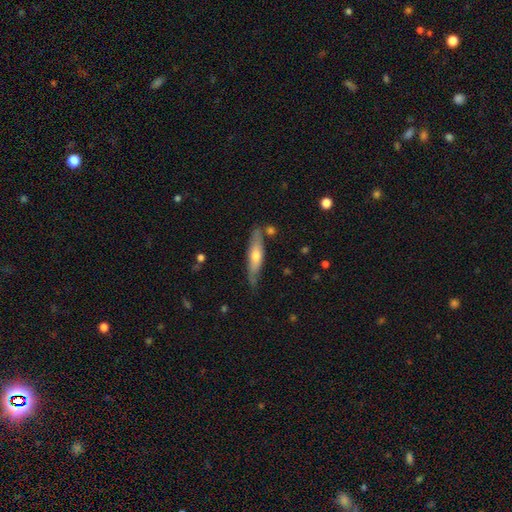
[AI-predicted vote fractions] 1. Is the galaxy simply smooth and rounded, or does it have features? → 49% featured or disk, 46% smooth, 6% star or artifact.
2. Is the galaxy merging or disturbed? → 72% none, 20% minor disturbance, 5% merger, 4% major disturbance.